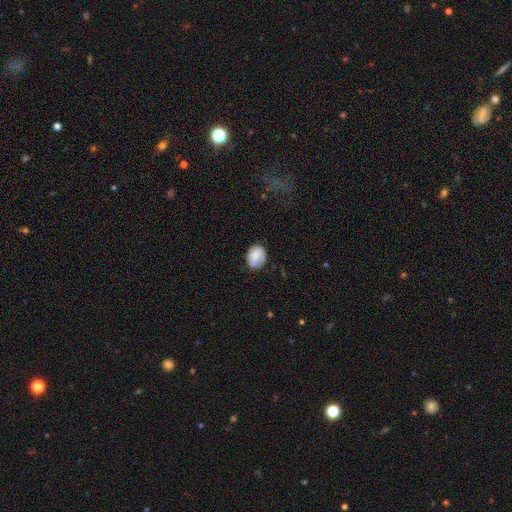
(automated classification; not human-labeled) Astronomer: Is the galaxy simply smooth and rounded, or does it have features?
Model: smooth — 75%.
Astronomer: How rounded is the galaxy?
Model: in between — 56% (runner-up: round, 43%).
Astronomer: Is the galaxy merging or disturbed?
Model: none — 66%.